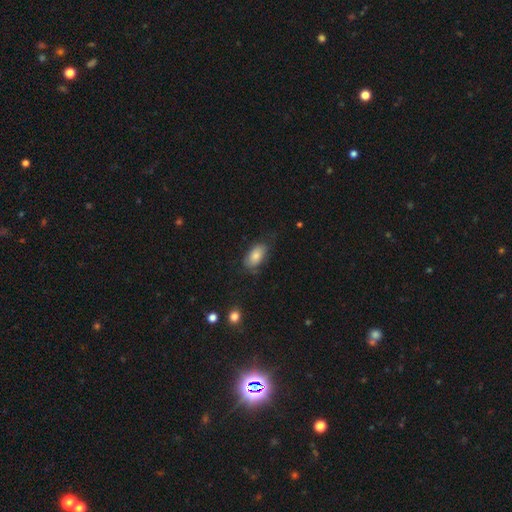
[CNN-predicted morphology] A smooth galaxy with no disk features (76%) that is in between round and cigar-shaped (92%).

Vote fractions:
- Smooth or featured? smooth: 76% / featured or disk: 17% / star or artifact: 7%
- How rounded? in between: 92% / round: 5% / cigar-shaped: 3%
- Merging? none: 64% / minor disturbance: 26% / major disturbance: 9% / merger: 2%